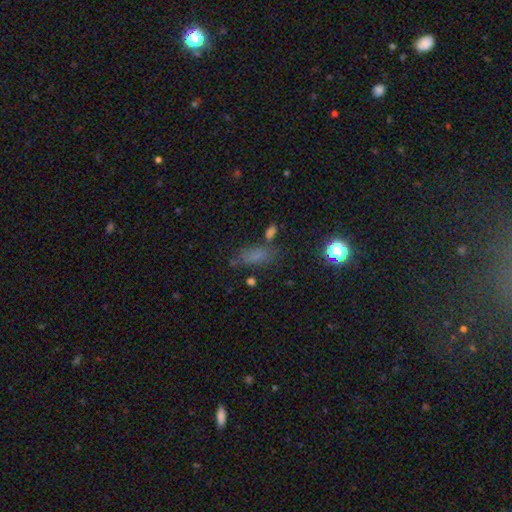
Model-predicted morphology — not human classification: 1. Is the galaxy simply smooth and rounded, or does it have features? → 68% smooth, 21% star or artifact, 11% featured or disk.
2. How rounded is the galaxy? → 68% in between, 25% cigar-shaped, 7% round.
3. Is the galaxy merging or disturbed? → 63% none, 18% minor disturbance, 10% merger, 9% major disturbance.